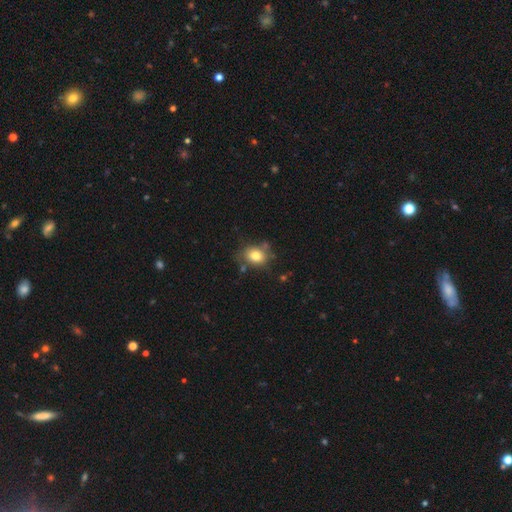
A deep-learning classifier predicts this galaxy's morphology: Smooth or featured? smooth (79%)
How rounded? in between (55%)
Merging? none (69%)